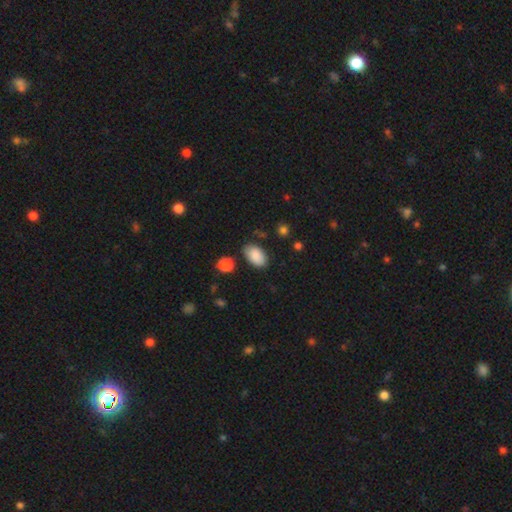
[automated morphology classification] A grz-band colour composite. It shows a smooth galaxy with no disk features (88%) that is in between round and cigar-shaped (92%). Merging: none (80%).